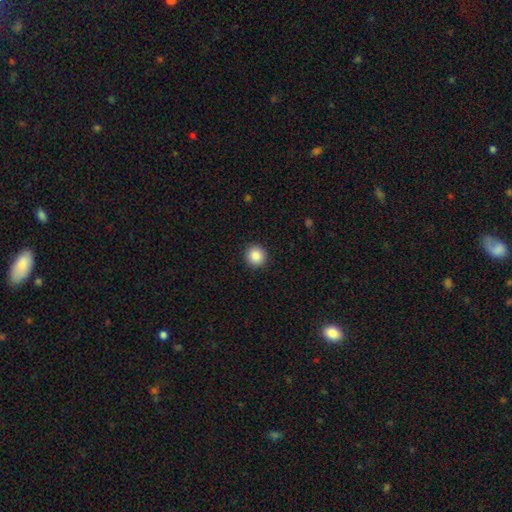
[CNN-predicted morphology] smooth 88%, star or artifact 9%, featured or disk 3%. Down the decision tree: how rounded — round (94%); merging — none (92%).